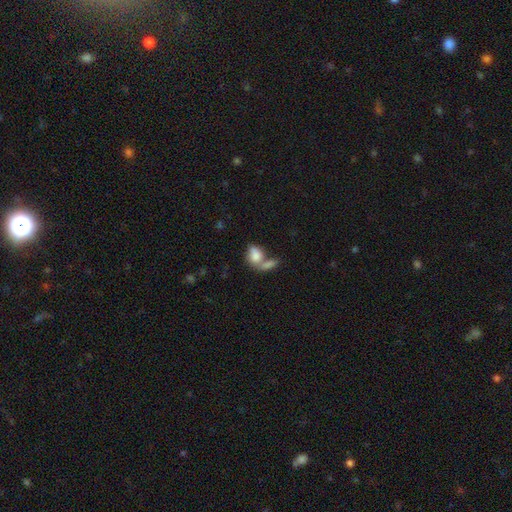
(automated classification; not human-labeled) Overall: smooth (79%). How rounded: in between (77%). Merging: merger (57%; none 26%).